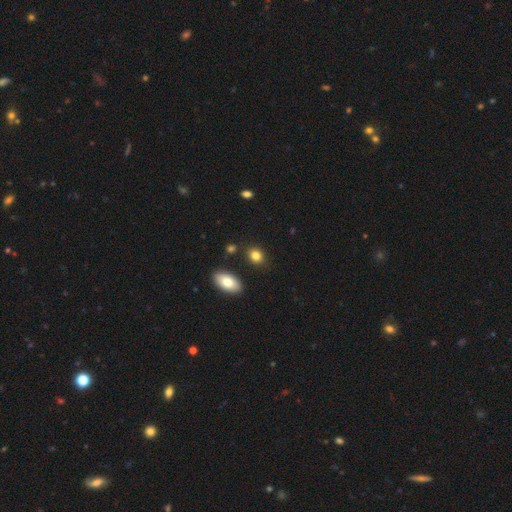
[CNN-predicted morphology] type=smooth (83%); roundness=in between (52%); merging=none (84%).